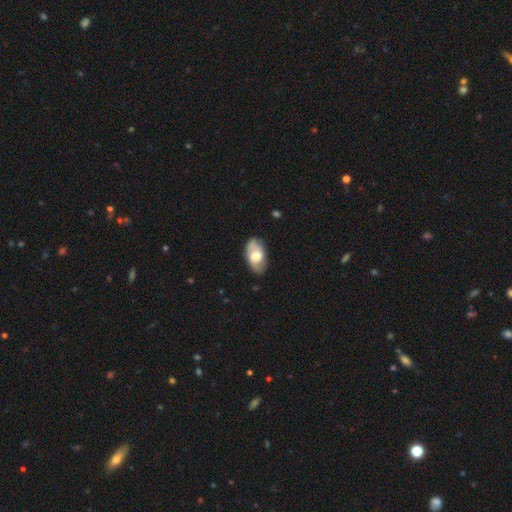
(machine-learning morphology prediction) Smooth or featured? smooth (56%)
How rounded? in between (93%)
Merging? none (69%)